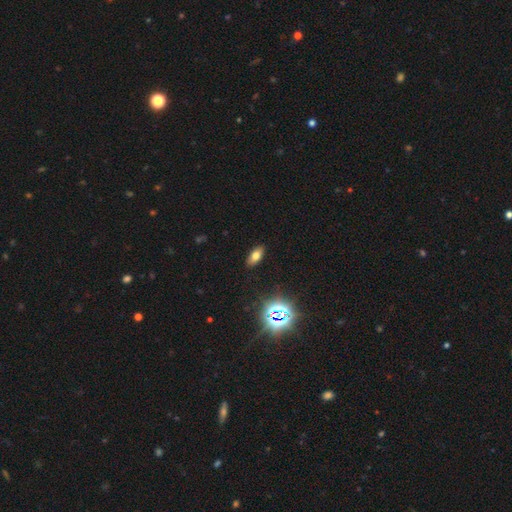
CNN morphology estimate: Smooth or featured? Predicted: smooth (p=0.67). How rounded? Predicted: in between (p=0.84). Merging? Predicted: none (p=0.88).